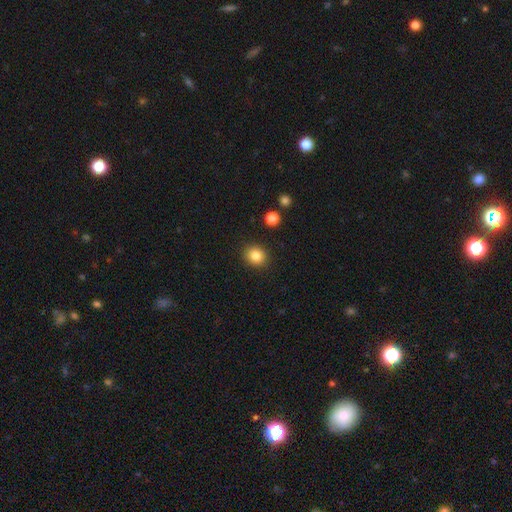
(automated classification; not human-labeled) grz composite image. It shows a smooth galaxy with no disk features (85%) that is round (79%). Merging: none (90%).